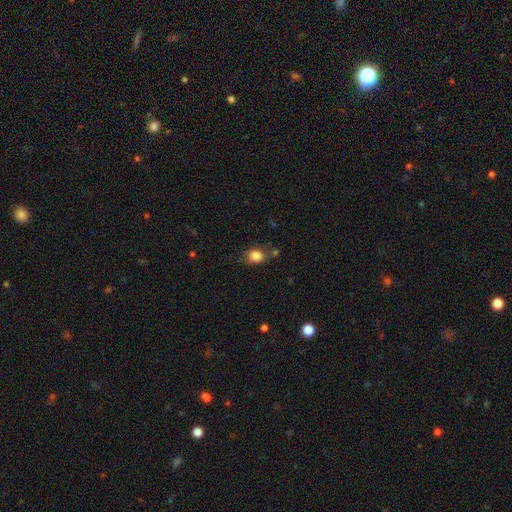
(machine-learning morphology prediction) smooth_or_featured: smooth (p=0.83) [alt: star or artifact p=0.10]
how_rounded: round (p=0.51) [alt: in between p=0.48]
merging: none (p=0.67) [alt: minor disturbance p=0.21]